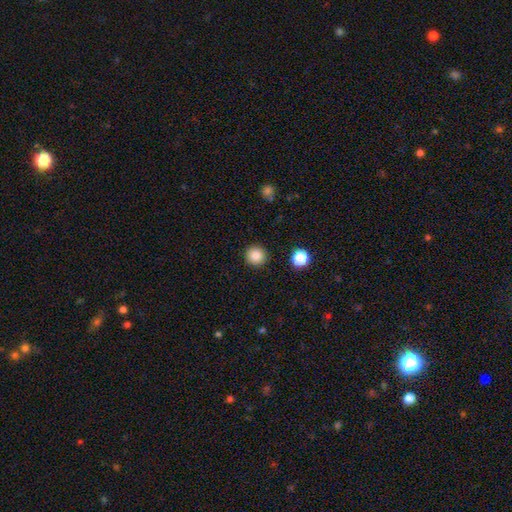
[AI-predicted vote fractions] A smooth galaxy with no disk features (86%) that is round (95%). Merging: none (92%).